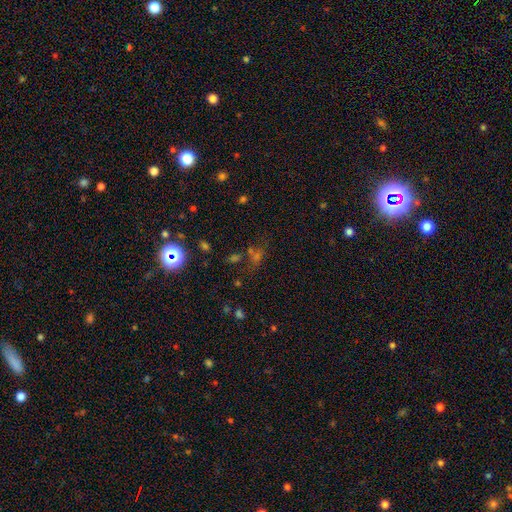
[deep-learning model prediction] smooth_or_featured: star or artifact (p=0.52) [alt: smooth p=0.34]